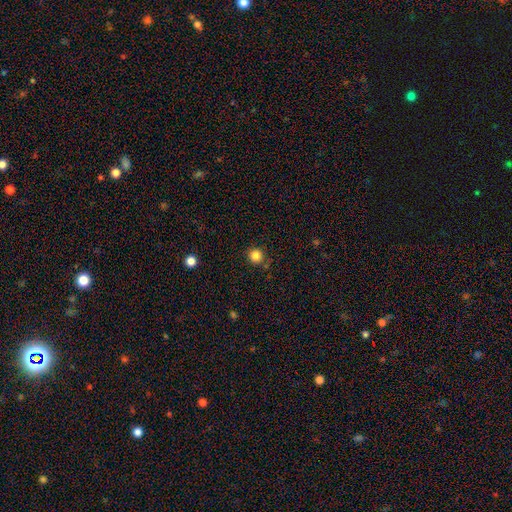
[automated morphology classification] The model was most divided on "smooth or featured": smooth: 84%, star or artifact: 12%, featured or disk: 4%. More confident: how rounded — round (95%); merging — none (87%).